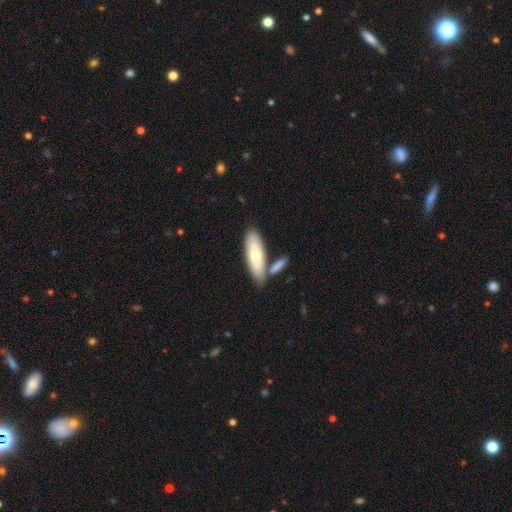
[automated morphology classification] smooth-or-featured: smooth: 59% | featured or disk: 36% | star or artifact: 5%
  how-rounded: in between: 61% | cigar-shaped: 37% | round: 2%
  merging: none: 64% | merger: 20% | minor disturbance: 13% | major disturbance: 4%